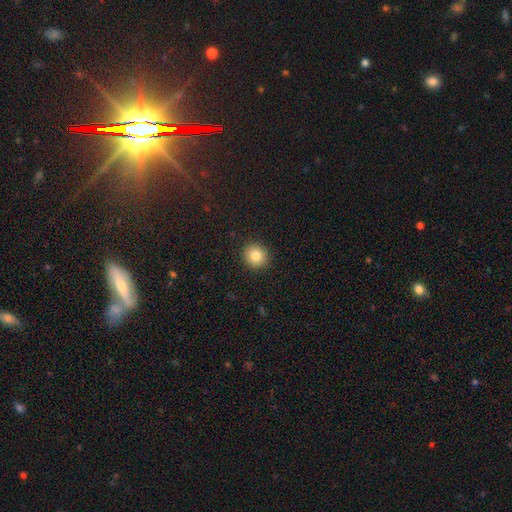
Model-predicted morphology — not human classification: Smooth or featured?
  - smooth: 82% *
  - star or artifact: 10%
  - featured or disk: 8%
How rounded?
  - round: 92% *
  - in between: 7%
  - cigar-shaped: 1%
Merging?
  - none: 92% *
  - minor disturbance: 5%
  - major disturbance: 2%
  - merger: 1%